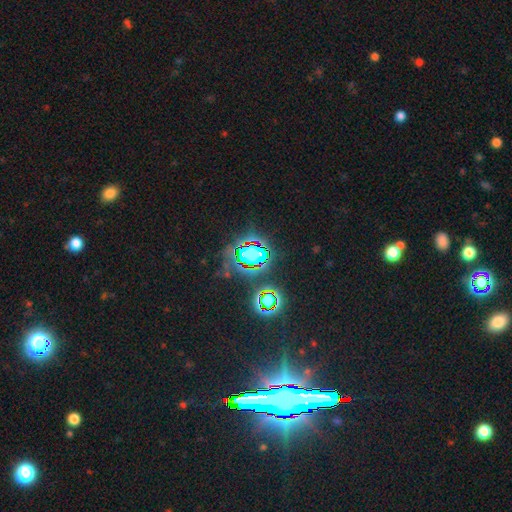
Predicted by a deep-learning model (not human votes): Smooth or featured? Predicted: star or artifact (p=0.82).